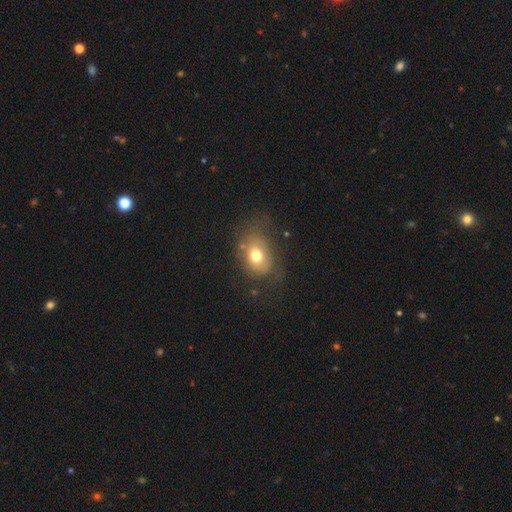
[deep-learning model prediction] This is likely a smooth galaxy (69%). How rounded: likely in between (63%). Merging: likely none (62%).